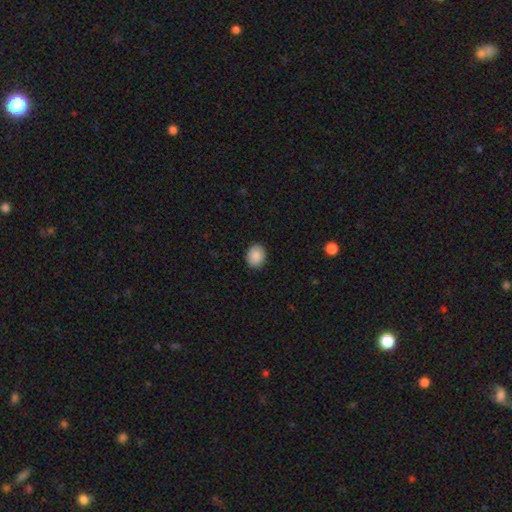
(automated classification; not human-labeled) Morphology: type=smooth (89%); roundness=round (60%); merging=none (90%).